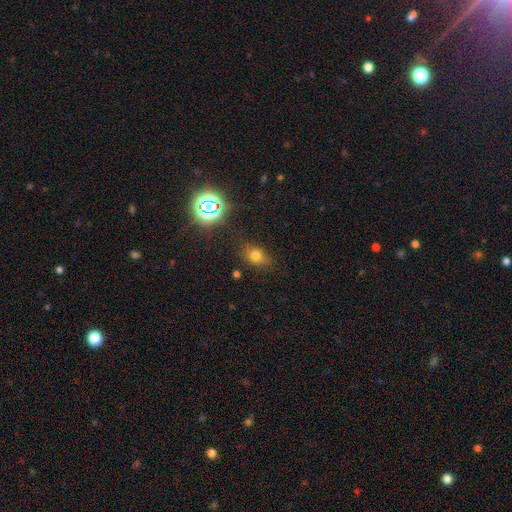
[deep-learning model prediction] smooth 67%, star or artifact 22%, featured or disk 11%. Down the decision tree: how rounded — in between (65%); merging — none (73%).